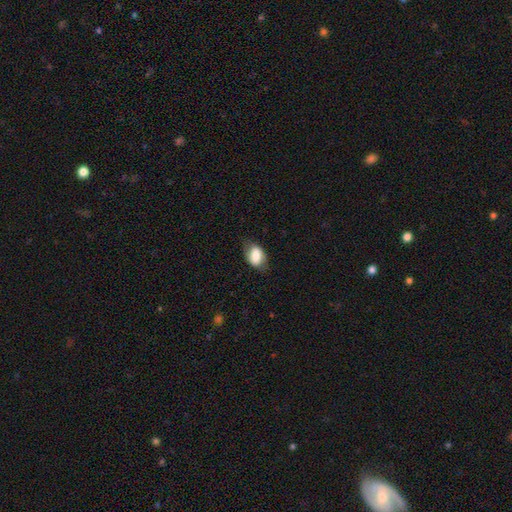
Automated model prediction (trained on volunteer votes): smooth 73%, featured or disk 19%, star or artifact 8%. Down the decision tree: how rounded — in between (83%); merging — none (69%).